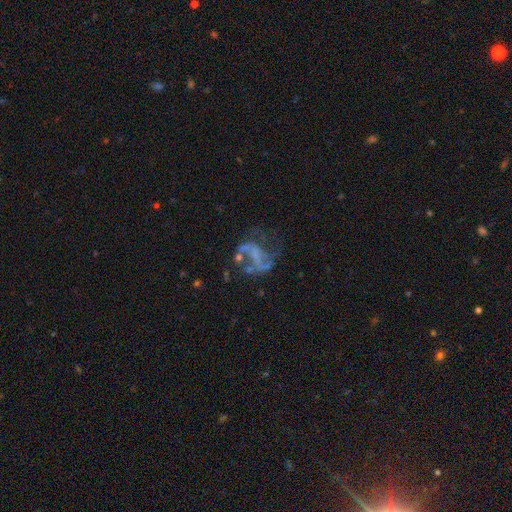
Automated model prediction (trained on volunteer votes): Morphology: type=featured or disk (73%); edge-on=no (98%); bar=no (50%); spiral arms=yes (68%); bulge=none (74%); merging=major disturbance (38%).